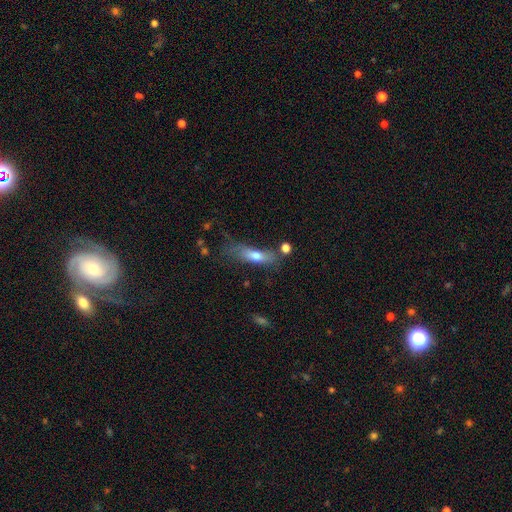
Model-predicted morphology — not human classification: Overall: smooth (67%). How rounded: cigar-shaped (57%; in between 40%). Merging: none (47%; minor disturbance 27%).